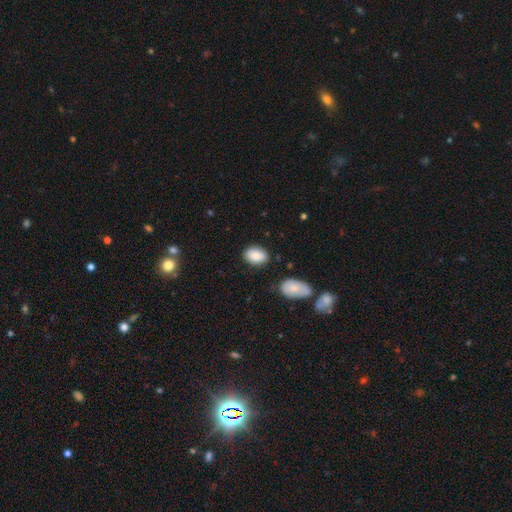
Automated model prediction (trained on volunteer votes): smooth-or-featured: smooth: 86% | featured or disk: 7% | star or artifact: 7%
  how-rounded: in between: 86% | round: 13% | cigar-shaped: 1%
  merging: none: 82% | minor disturbance: 12% | merger: 3% | major disturbance: 3%